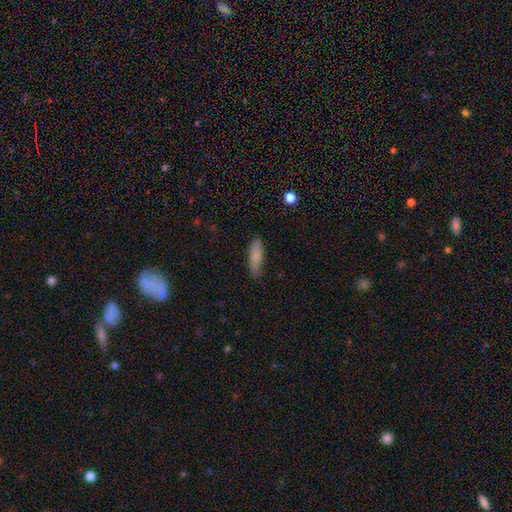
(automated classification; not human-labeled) This appears to be a smooth galaxy with no disk features (83%) that is cigar-shaped (53%). Merging: none (79%).